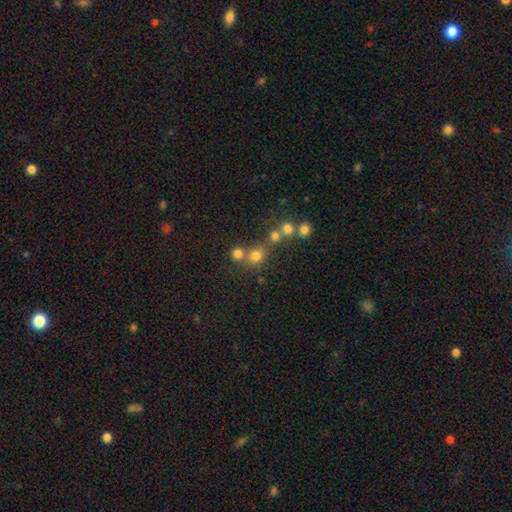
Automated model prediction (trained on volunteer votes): Smooth or featured?
  - smooth: 71% *
  - star or artifact: 18%
  - featured or disk: 10%
How rounded?
  - round: 87% *
  - in between: 12%
  - cigar-shaped: 1%
Merging?
  - none: 56% *
  - merger: 33%
  - minor disturbance: 7%
  - major disturbance: 4%